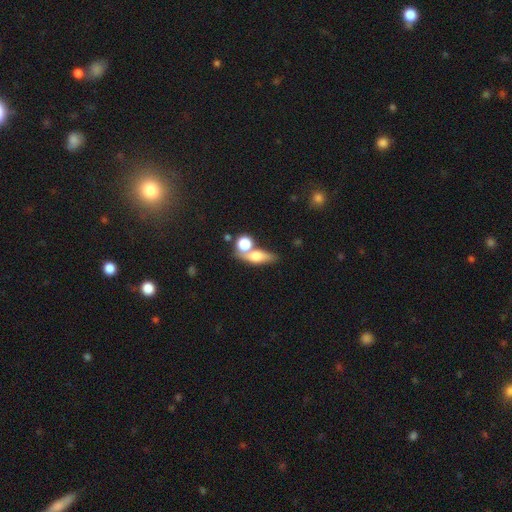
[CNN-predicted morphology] Q: Smooth or featured?
A: smooth (64%); runner-up: featured or disk (26%)
Q: How rounded?
A: in between (53%); runner-up: cigar-shaped (24%)
Q: Merging?
A: none (41%); runner-up: merger (40%)